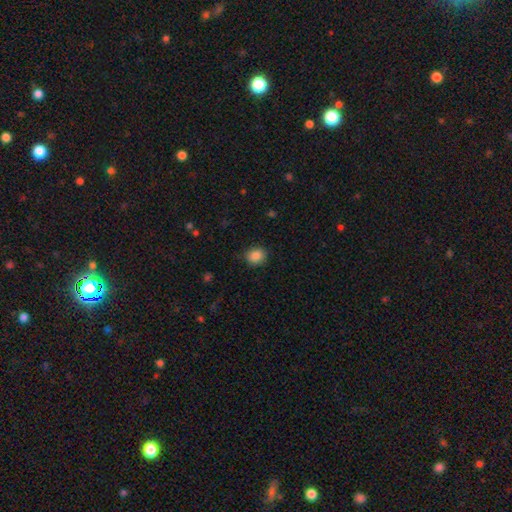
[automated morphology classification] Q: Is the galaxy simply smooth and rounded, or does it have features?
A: smooth — 86%.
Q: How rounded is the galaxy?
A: round — 66%.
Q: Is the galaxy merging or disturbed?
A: none — 85%.